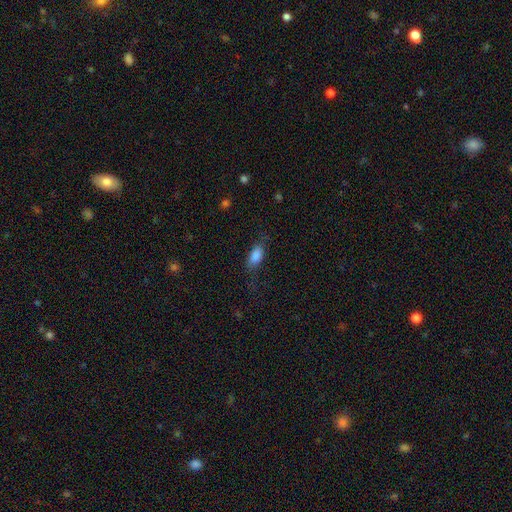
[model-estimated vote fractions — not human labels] Morphology: type=smooth (83%); roundness=in between (87%); merging=none (61%).